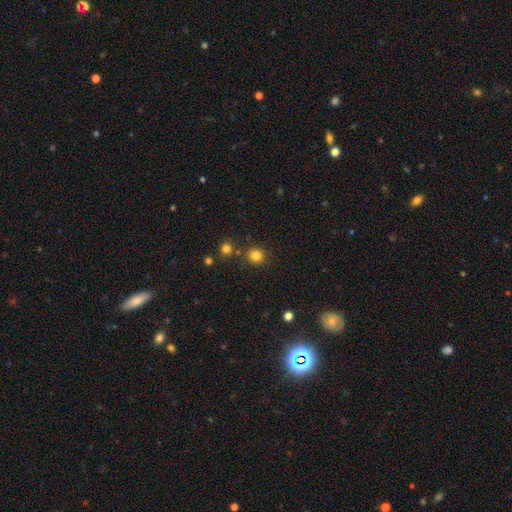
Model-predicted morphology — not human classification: This appears to be a smooth galaxy with no disk features (82%) that is round (86%). Merging: none (85%).